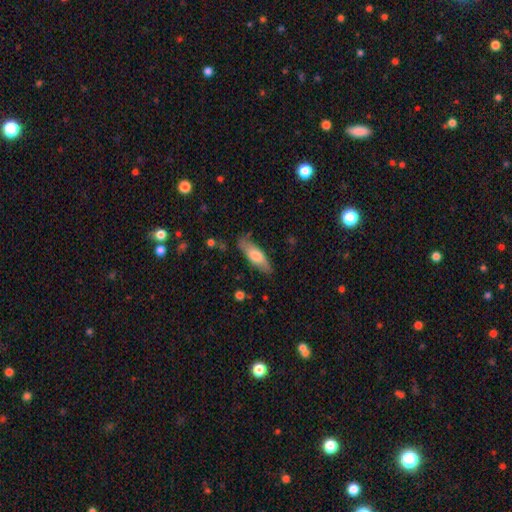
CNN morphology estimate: Smooth or featured?
  - smooth: 69% *
  - featured or disk: 26%
  - star or artifact: 5%
How rounded?
  - in between: 54% *
  - cigar-shaped: 44%
  - round: 2%
Merging?
  - none: 81% *
  - minor disturbance: 15%
  - major disturbance: 3%
  - merger: 2%